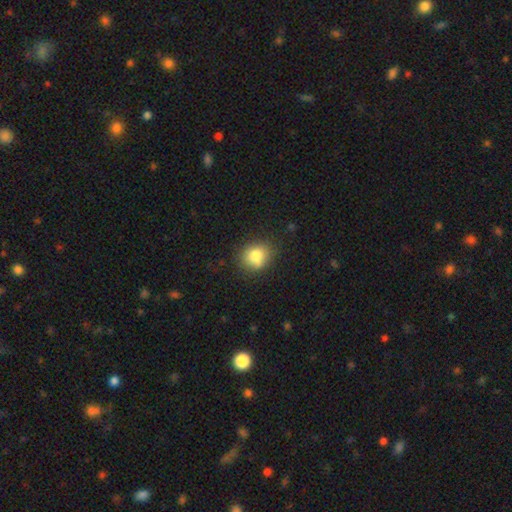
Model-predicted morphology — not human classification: A smooth galaxy with no disk features (79%) that is round (65%).

Vote fractions:
- Smooth or featured? smooth: 79% / star or artifact: 11% / featured or disk: 10%
- How rounded? round: 65% / in between: 34% / cigar-shaped: 1%
- Merging? none: 71% / minor disturbance: 19% / merger: 6% / major disturbance: 4%